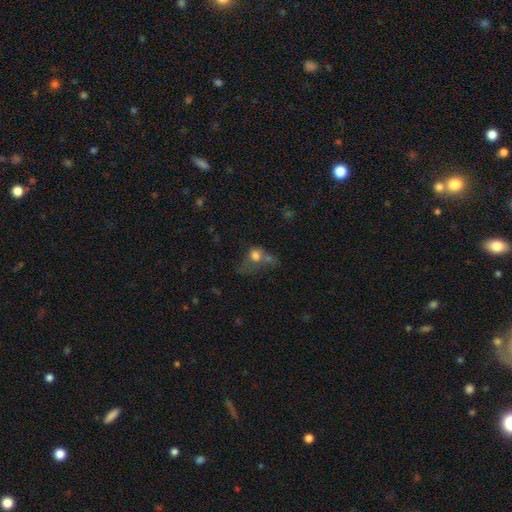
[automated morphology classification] This appears to be a smooth galaxy with no disk features (69%) that is round (61%). Merging: merger (33%).